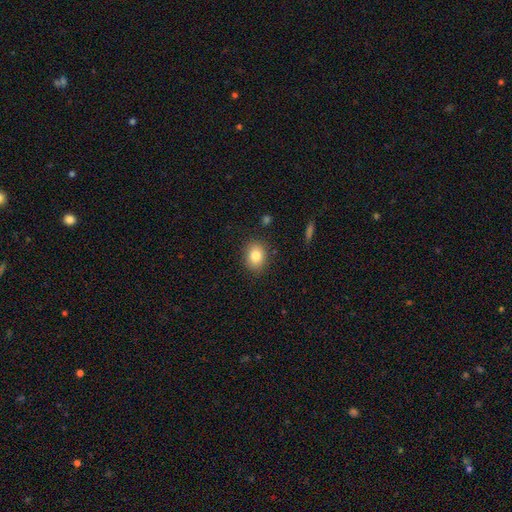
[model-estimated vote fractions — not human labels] This is clearly a smooth galaxy (81%). How rounded: possibly round (51%). Merging: clearly none (87%).